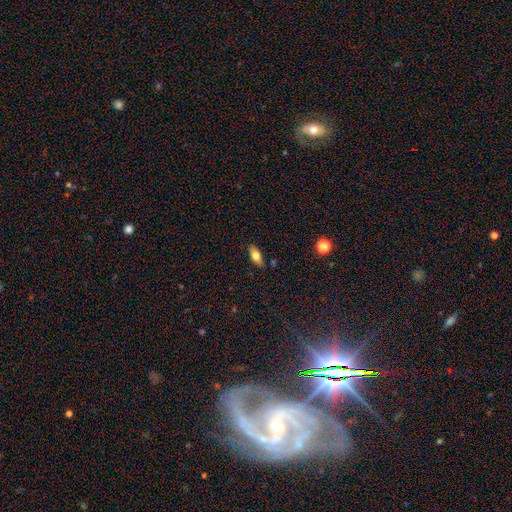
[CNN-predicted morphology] This appears to be a smooth galaxy with no disk features (71%) that is in between round and cigar-shaped (82%). Merging: none (83%).